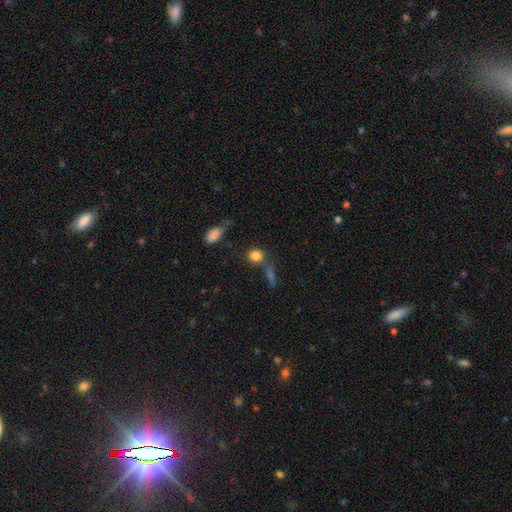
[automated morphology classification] The model was most divided on "how rounded": round: 69%, in between: 29%, cigar-shaped: 3%. More confident: smooth or featured — smooth (84%); merging — none (66%).